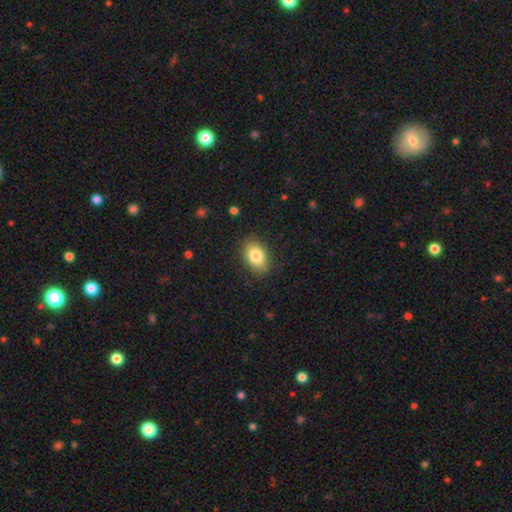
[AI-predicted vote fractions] smooth_or_featured: smooth (p=0.83) [alt: featured or disk p=0.10]
how_rounded: in between (p=0.85) [alt: round p=0.13]
merging: none (p=0.85) [alt: minor disturbance p=0.11]